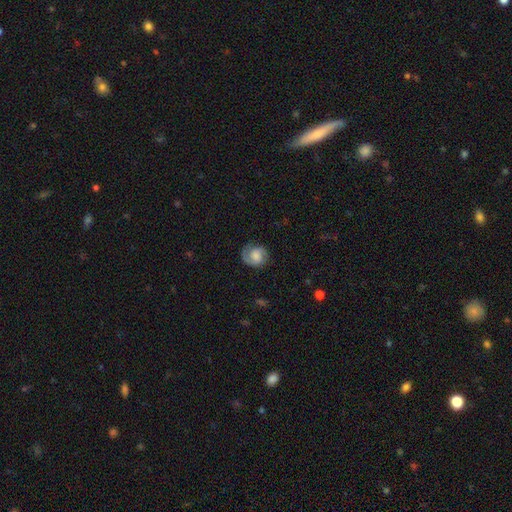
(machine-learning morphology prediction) This appears to be a featured or disk galaxy (71%) with no bar (60%), 2 (77%) tight (43%) spiral arms (95%) and a moderate central bulge (31%). Merging: none (74%).